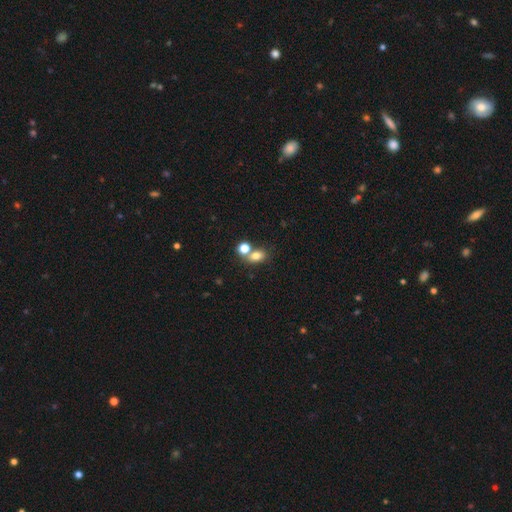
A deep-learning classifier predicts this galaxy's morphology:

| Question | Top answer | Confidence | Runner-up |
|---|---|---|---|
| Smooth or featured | smooth | 76% | star or artifact (14%) |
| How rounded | in between | 64% | round (35%) |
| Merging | none | 48% | merger (38%) |